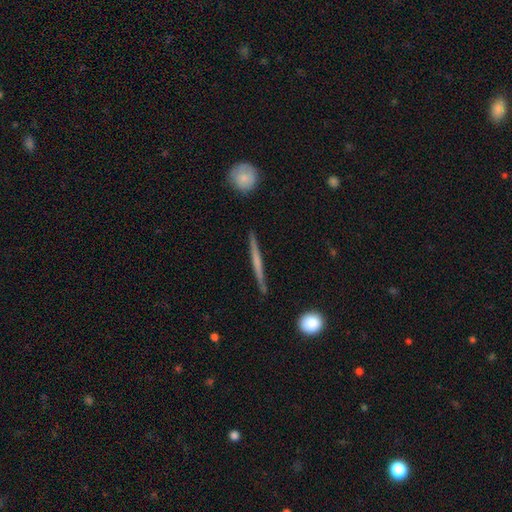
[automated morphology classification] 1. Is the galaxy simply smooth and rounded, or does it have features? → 59% featured or disk, 35% smooth, 6% star or artifact.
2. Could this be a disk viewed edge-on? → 97% yes, 3% no.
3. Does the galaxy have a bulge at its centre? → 76% none, 17% rounded, 7% boxy.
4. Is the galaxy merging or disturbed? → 91% none, 7% minor disturbance, 1% major disturbance, 1% merger.